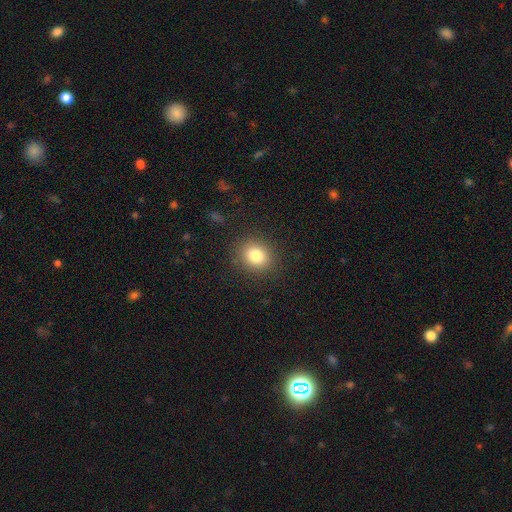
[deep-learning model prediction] Smooth or featured? smooth (82%)
How rounded? round (65%)
Merging? none (88%)